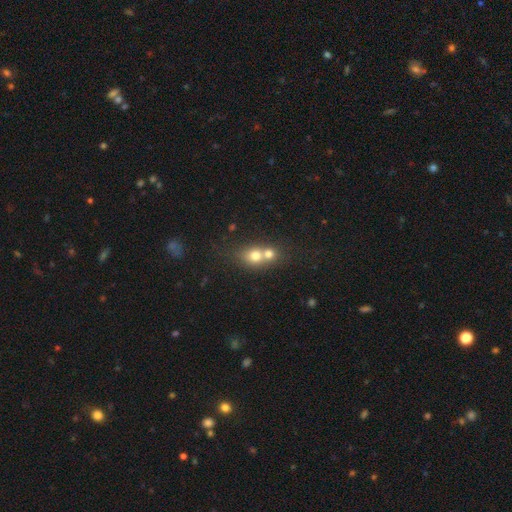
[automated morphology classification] Q: Smooth or featured?
A: smooth (70%); runner-up: featured or disk (18%)
Q: How rounded?
A: round (67%); runner-up: in between (31%)
Q: Merging?
A: merger (65%); runner-up: none (27%)